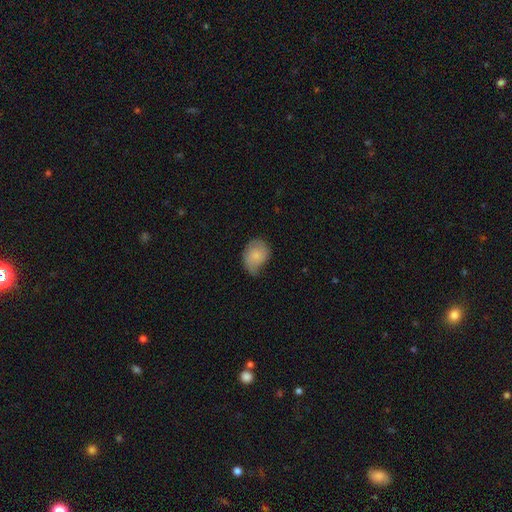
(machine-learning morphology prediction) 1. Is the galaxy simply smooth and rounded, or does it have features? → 74% smooth, 19% featured or disk, 7% star or artifact.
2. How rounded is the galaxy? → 52% in between, 47% round, 1% cigar-shaped.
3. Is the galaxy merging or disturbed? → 47% minor disturbance, 35% none, 16% major disturbance, 2% merger.